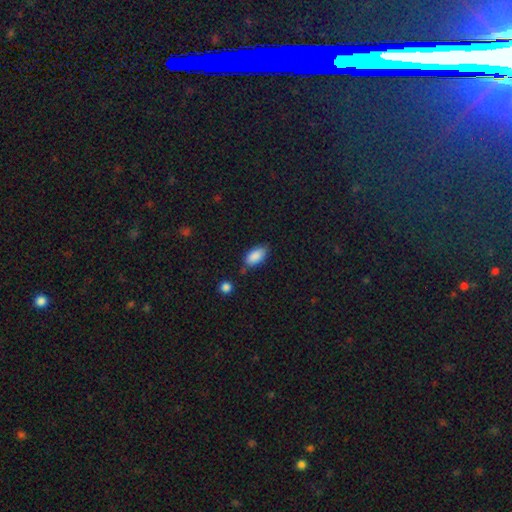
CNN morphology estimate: A smooth galaxy with no disk features (88%) that is in between round and cigar-shaped (93%).

Vote fractions:
- Smooth or featured? smooth: 88% / star or artifact: 7% / featured or disk: 5%
- How rounded? in between: 93% / cigar-shaped: 4% / round: 3%
- Merging? none: 72% / minor disturbance: 20% / merger: 5% / major disturbance: 4%